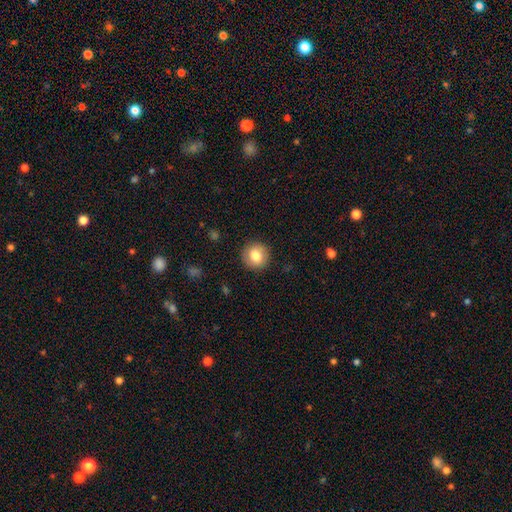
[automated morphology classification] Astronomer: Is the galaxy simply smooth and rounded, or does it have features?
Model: smooth — 79%.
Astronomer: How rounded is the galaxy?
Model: round — 88%.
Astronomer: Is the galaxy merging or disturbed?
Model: none — 89%.